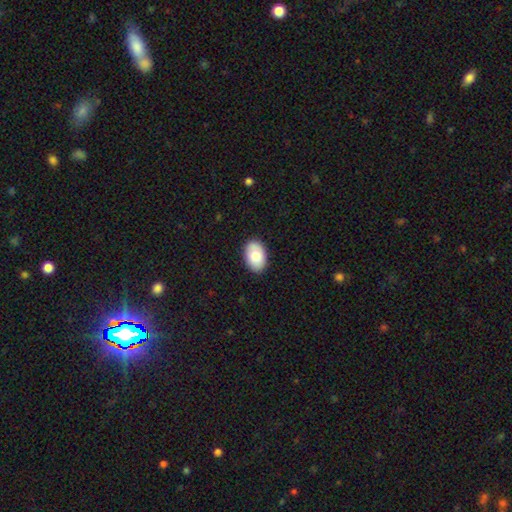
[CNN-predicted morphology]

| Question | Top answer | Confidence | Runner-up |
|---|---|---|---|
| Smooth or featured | smooth | 82% | featured or disk (11%) |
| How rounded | in between | 90% | round (9%) |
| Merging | none | 87% | minor disturbance (10%) |